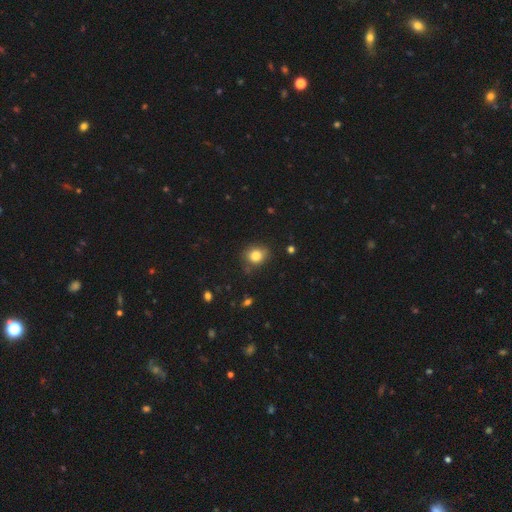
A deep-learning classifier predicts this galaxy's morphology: smooth_or_featured: smooth (p=0.82) [alt: star or artifact p=0.11]
how_rounded: round (p=0.64) [alt: in between p=0.35]
merging: none (p=0.74) [alt: minor disturbance p=0.20]